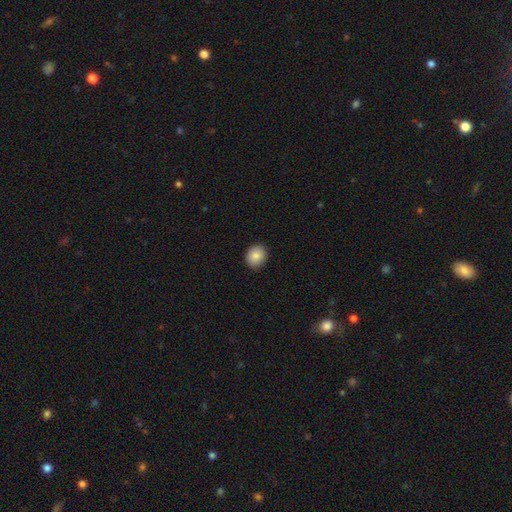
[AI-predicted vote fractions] Overall: smooth (86%). How rounded: round (64%; in between 35%). Merging: none (90%).